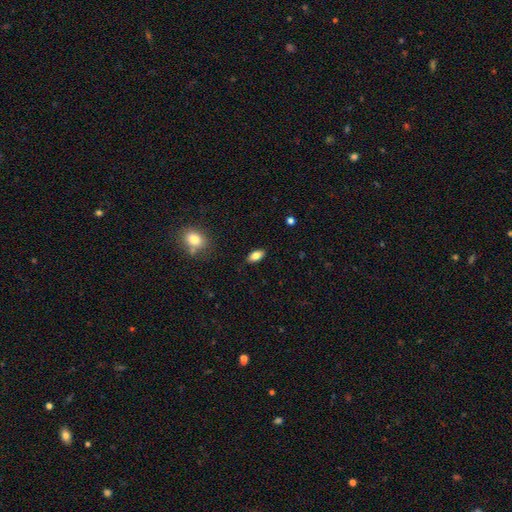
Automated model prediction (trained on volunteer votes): A smooth galaxy with no disk features (83%) that is in between round and cigar-shaped (90%).

Vote fractions:
- Smooth or featured? smooth: 83% / featured or disk: 9% / star or artifact: 8%
- How rounded? in between: 90% / cigar-shaped: 6% / round: 4%
- Merging? none: 87% / minor disturbance: 9% / major disturbance: 2% / merger: 1%